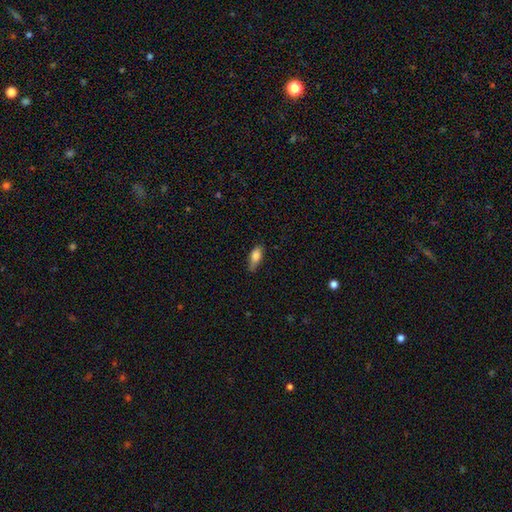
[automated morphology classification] smooth-or-featured: smooth: 80% | featured or disk: 13% | star or artifact: 7%
  how-rounded: in between: 80% | cigar-shaped: 17% | round: 3%
  merging: none: 66% | minor disturbance: 27% | major disturbance: 5% | merger: 2%